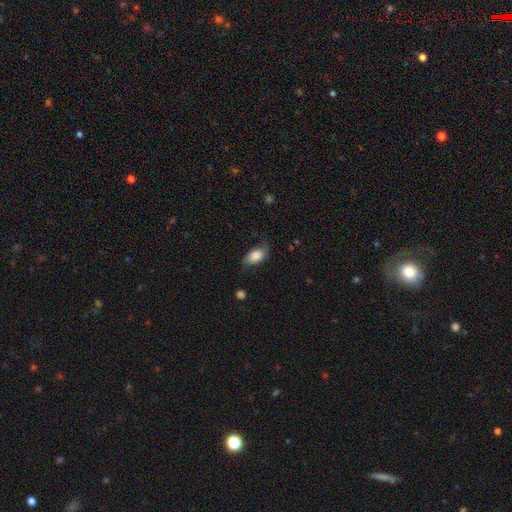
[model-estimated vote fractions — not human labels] The model was most divided on "merging": none: 61%, minor disturbance: 27%, major disturbance: 11%, merger: 2%. More confident: how rounded — in between (90%); smooth or featured — smooth (66%).